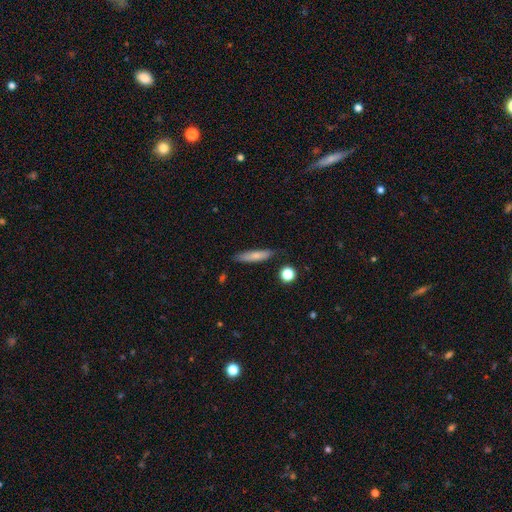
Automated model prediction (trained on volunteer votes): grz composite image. It shows a smooth galaxy with no disk features (74%) that is cigar-shaped (80%). Merging: none (80%).